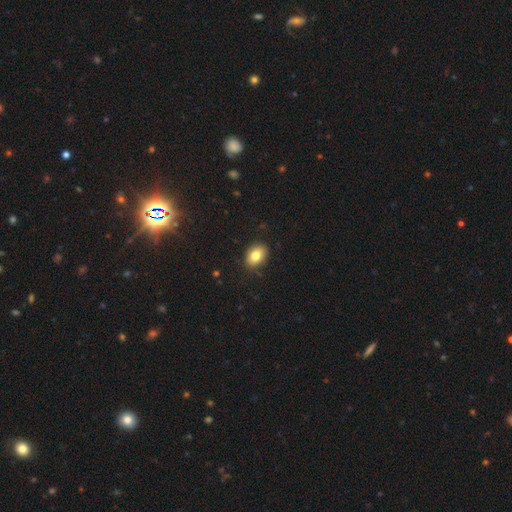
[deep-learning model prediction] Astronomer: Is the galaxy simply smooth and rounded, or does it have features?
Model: smooth — 82%.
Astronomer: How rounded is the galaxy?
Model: in between — 75%.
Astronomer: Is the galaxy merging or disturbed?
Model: none — 86%.